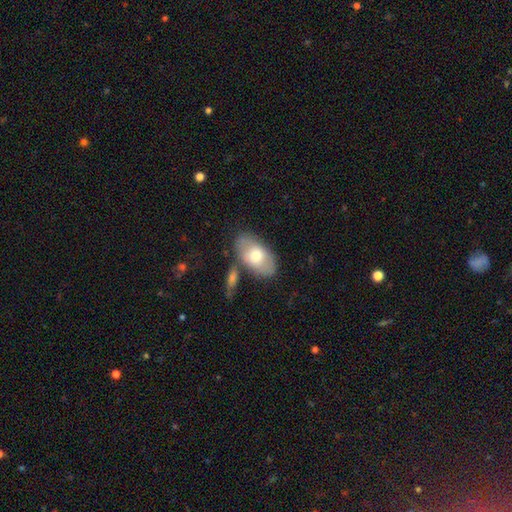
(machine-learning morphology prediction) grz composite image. It shows a smooth galaxy with no disk features (66%) that is in between round and cigar-shaped (93%). Merging: none (67%).